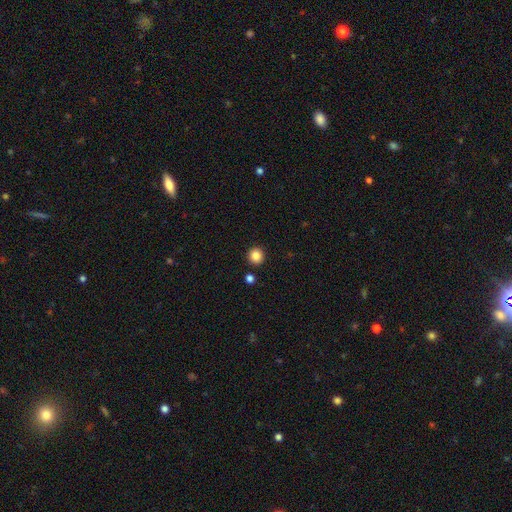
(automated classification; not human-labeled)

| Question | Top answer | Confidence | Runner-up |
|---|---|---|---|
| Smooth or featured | smooth | 85% | star or artifact (11%) |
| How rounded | round | 93% | in between (6%) |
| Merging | none | 91% | minor disturbance (5%) |